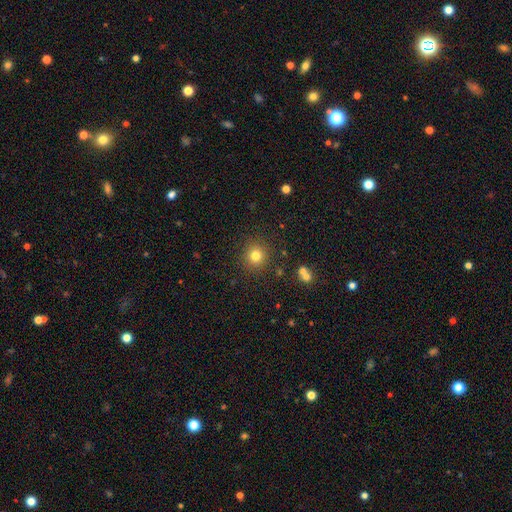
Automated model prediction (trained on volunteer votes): The model was most divided on "smooth or featured": smooth: 79%, star or artifact: 14%, featured or disk: 7%. More confident: how rounded — round (93%); merging — none (88%).